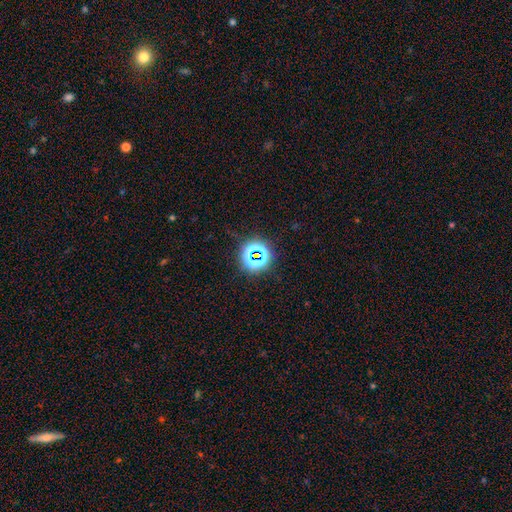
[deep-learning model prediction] star or artifact 66%, smooth 25%, featured or disk 10%.